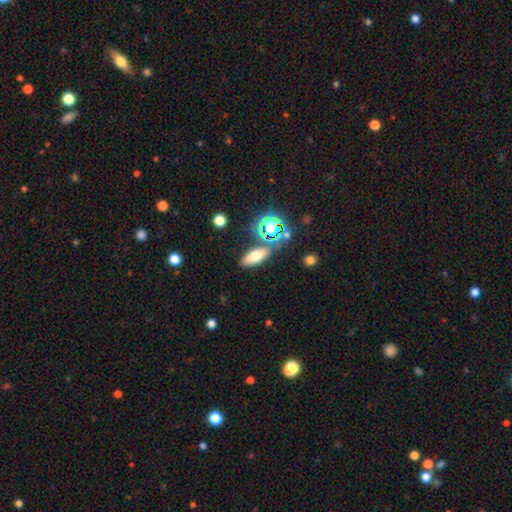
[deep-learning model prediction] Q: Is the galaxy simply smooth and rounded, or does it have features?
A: smooth — 62%.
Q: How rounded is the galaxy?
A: in between — 69%.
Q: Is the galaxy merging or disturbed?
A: none — 78%.